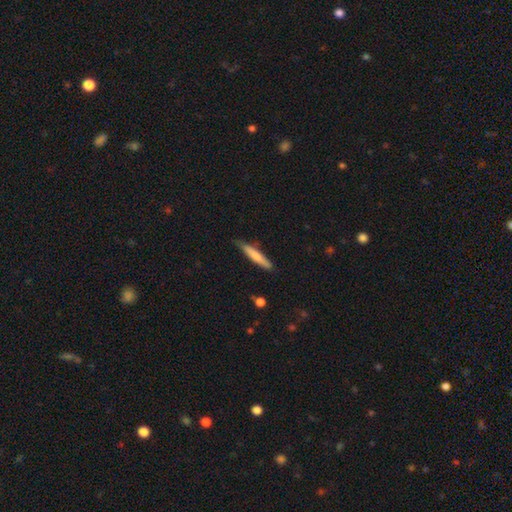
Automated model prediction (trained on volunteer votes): smooth-or-featured: smooth: 70% | featured or disk: 25% | star or artifact: 5%
  how-rounded: cigar-shaped: 92% | in between: 7% | round: 1%
  merging: none: 76% | minor disturbance: 19% | major disturbance: 3% | merger: 2%